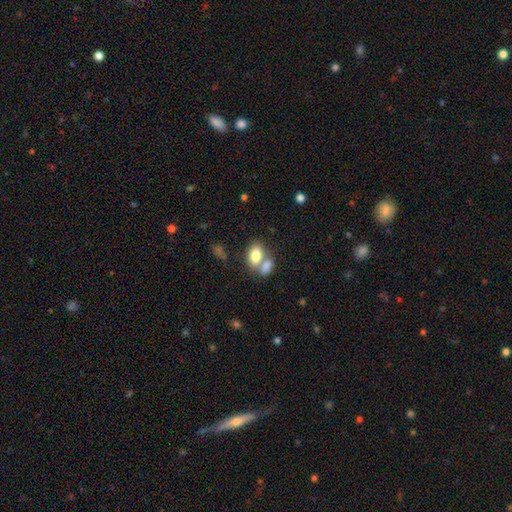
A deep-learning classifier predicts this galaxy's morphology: smooth 79%, featured or disk 13%, star or artifact 8%. Down the decision tree: how rounded — in between (86%); merging — merger (50%).